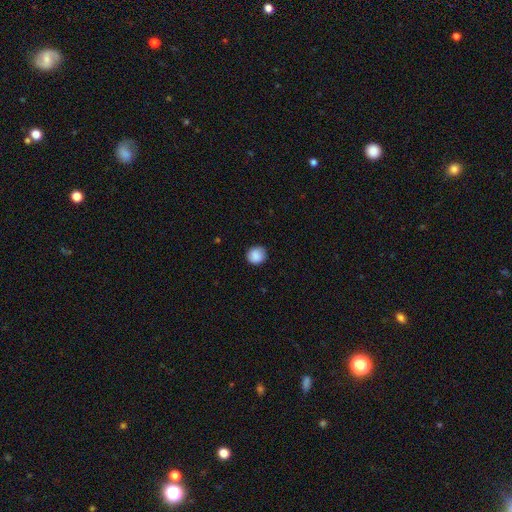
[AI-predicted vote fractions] smooth-or-featured: smooth: 88% | star or artifact: 8% | featured or disk: 4%
  how-rounded: round: 89% | in between: 10% | cigar-shaped: 1%
  merging: none: 84% | minor disturbance: 12% | major disturbance: 2% | merger: 1%